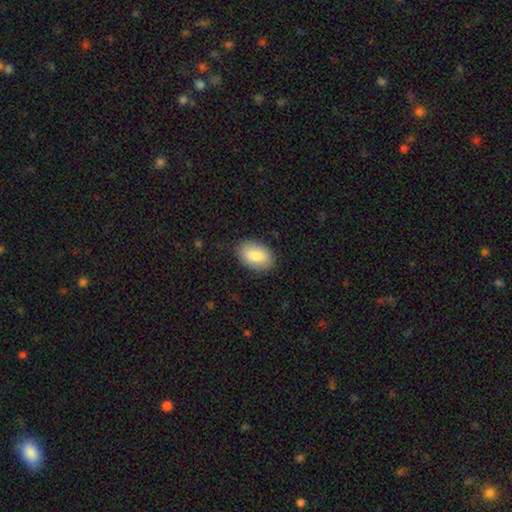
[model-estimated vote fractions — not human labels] Smooth or featured: smooth — 84% (featured or disk — 10%)
How rounded: in between — 91% (round — 8%)
Merging: none — 85% (minor disturbance — 12%)